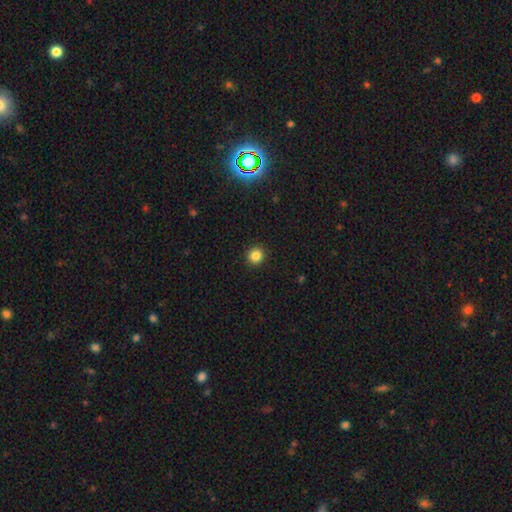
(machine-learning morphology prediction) smooth 84%, star or artifact 11%, featured or disk 4%. Down the decision tree: how rounded — round (92%); merging — none (93%).